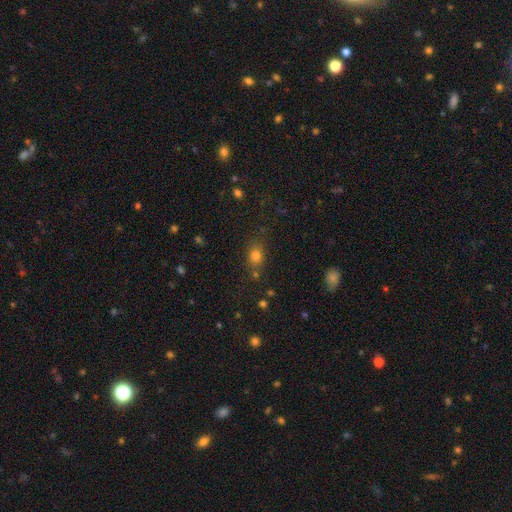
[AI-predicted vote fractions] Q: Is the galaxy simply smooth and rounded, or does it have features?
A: smooth — 77%.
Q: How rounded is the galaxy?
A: in between — 53%.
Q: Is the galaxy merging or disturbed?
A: none — 73%.